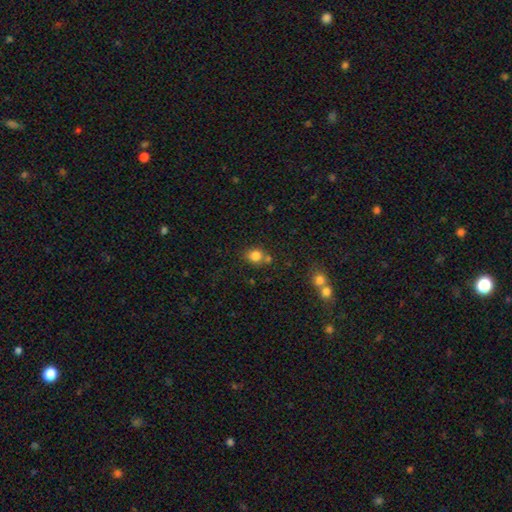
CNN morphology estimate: Smooth or featured: smooth — 82% (star or artifact — 12%)
How rounded: round — 74% (in between — 25%)
Merging: none — 65% (merger — 18%)